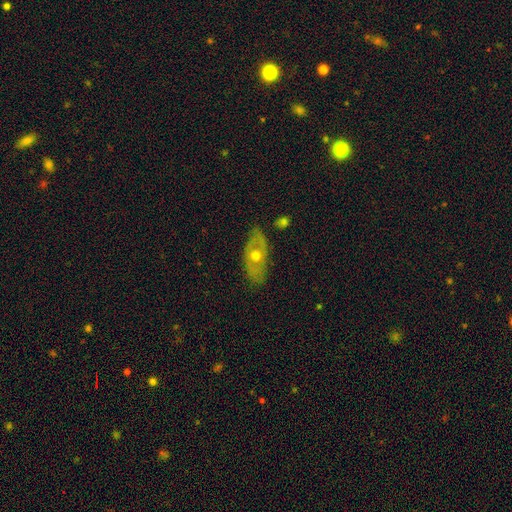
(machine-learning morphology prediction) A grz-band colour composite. It shows a featured or disk galaxy (62%). Merging: none (80%).